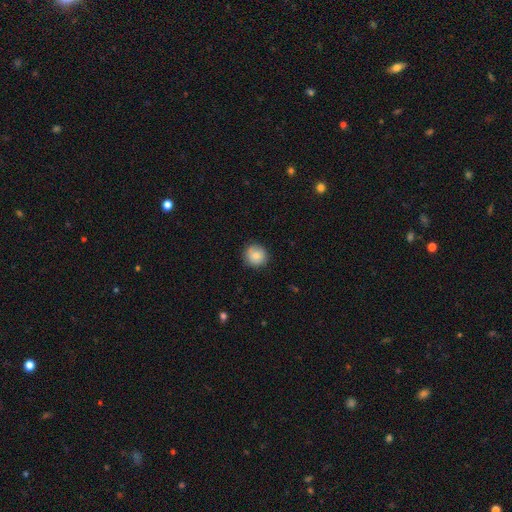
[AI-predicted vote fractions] This appears to be a smooth galaxy with no disk features (80%) that is round (93%). Merging: none (86%).